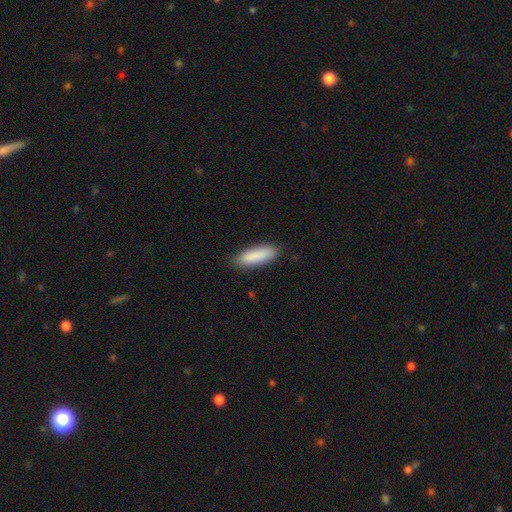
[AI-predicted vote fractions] Smooth or featured?
  - smooth: 88% *
  - featured or disk: 6%
  - star or artifact: 6%
How rounded?
  - cigar-shaped: 56% *
  - in between: 43%
  - round: 1%
Merging?
  - none: 86% *
  - minor disturbance: 11%
  - major disturbance: 2%
  - merger: 1%